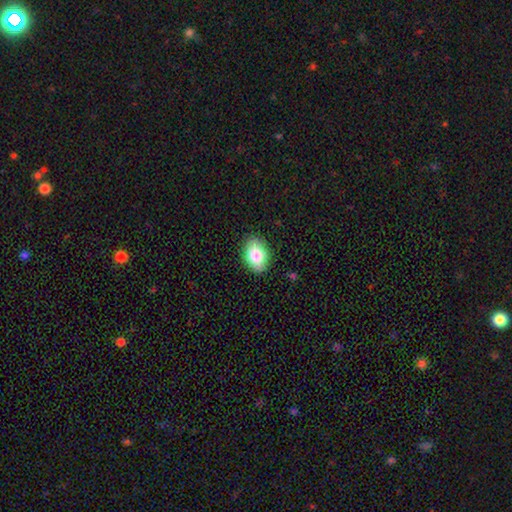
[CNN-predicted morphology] type=smooth (81%); roundness=in between (84%); merging=none (86%).